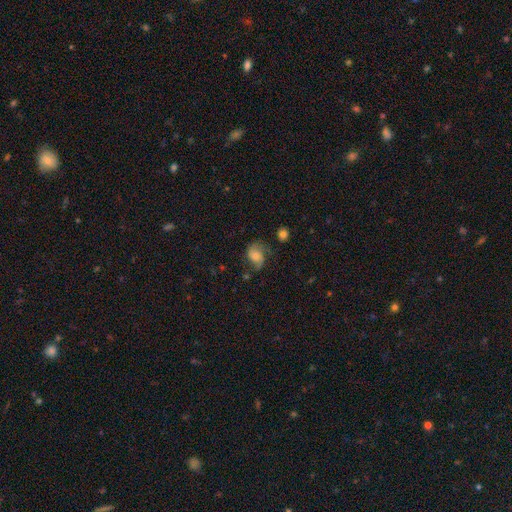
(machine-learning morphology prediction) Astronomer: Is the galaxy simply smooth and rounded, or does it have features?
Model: featured or disk — 57% (runner-up: smooth, 33%).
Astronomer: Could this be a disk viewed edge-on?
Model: no — 97%.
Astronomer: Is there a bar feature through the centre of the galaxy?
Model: no — 65%.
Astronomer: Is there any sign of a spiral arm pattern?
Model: yes — 90%.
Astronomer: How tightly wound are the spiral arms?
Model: medium — 44% (runner-up: loose, 40%).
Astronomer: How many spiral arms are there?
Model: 2 — 83%.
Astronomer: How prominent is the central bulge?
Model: moderate — 32% (runner-up: small, 24%).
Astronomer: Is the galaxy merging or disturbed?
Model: none — 57%.